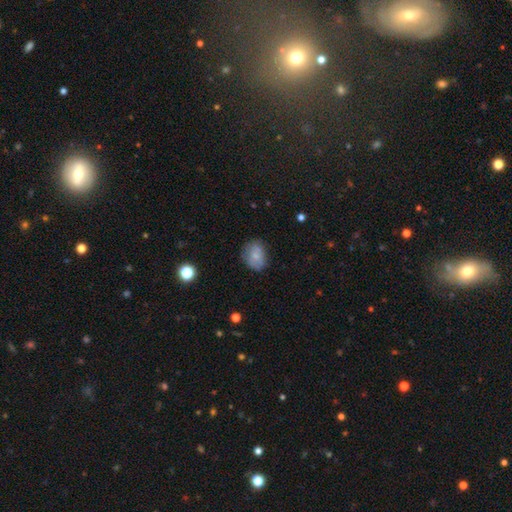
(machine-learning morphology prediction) smooth 73%, featured or disk 18%, star or artifact 9%. Down the decision tree: how rounded — in between (65%); merging — none (68%).